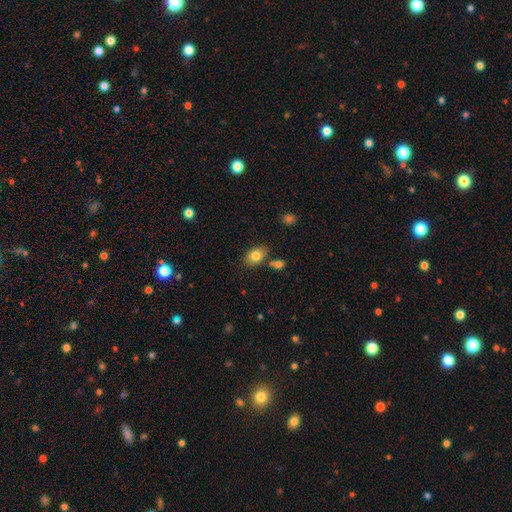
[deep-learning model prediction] smooth 81%, featured or disk 10%, star or artifact 9%. Down the decision tree: how rounded — in between (78%); merging — none (73%).